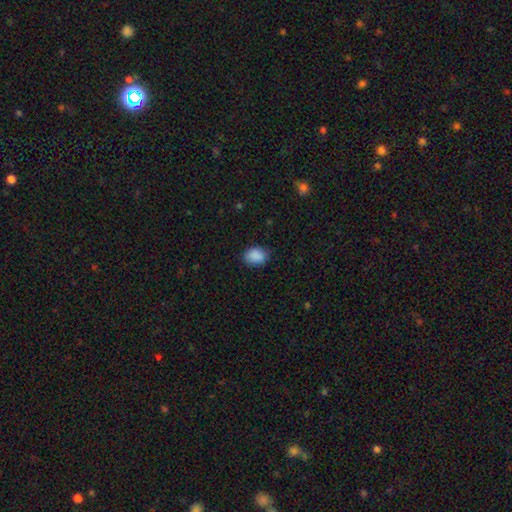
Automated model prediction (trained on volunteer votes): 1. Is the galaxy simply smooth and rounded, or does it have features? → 89% smooth, 8% star or artifact, 3% featured or disk.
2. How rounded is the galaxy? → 64% in between, 35% round, 1% cigar-shaped.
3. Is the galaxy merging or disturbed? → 80% none, 16% minor disturbance, 3% major disturbance, 1% merger.